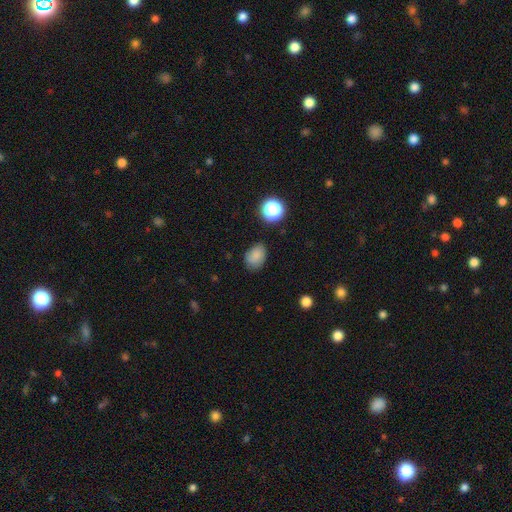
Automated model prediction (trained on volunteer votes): smooth_or_featured: smooth (p=0.80) [alt: star or artifact p=0.12]
how_rounded: in between (p=0.72) [alt: round p=0.27]
merging: none (p=0.72) [alt: minor disturbance p=0.21]